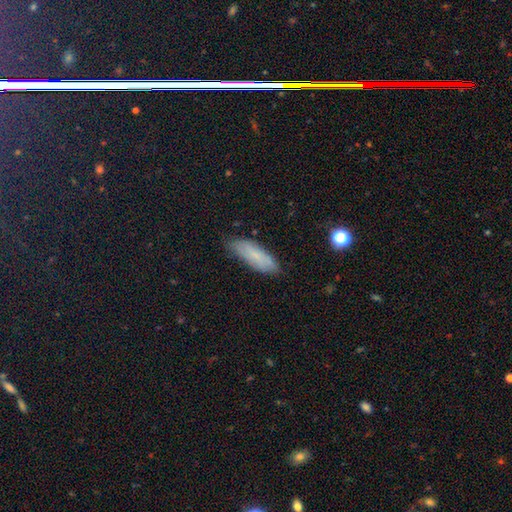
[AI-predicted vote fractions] A smooth galaxy with no disk features (74%) that is in between round and cigar-shaped (54%). Merging: none (79%).